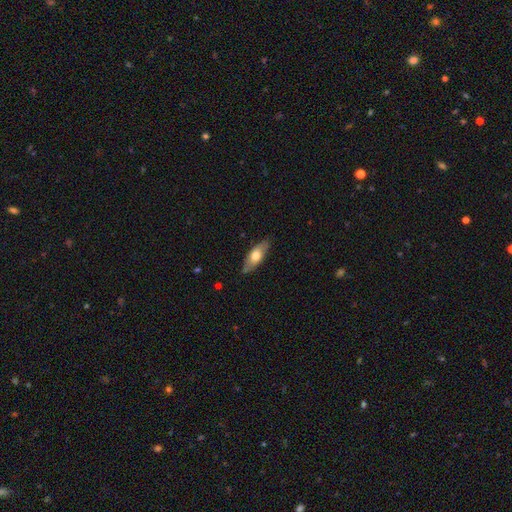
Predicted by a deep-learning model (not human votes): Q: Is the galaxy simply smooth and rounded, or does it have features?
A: smooth — 60%.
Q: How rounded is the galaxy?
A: in between — 72%.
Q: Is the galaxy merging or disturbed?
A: none — 82%.